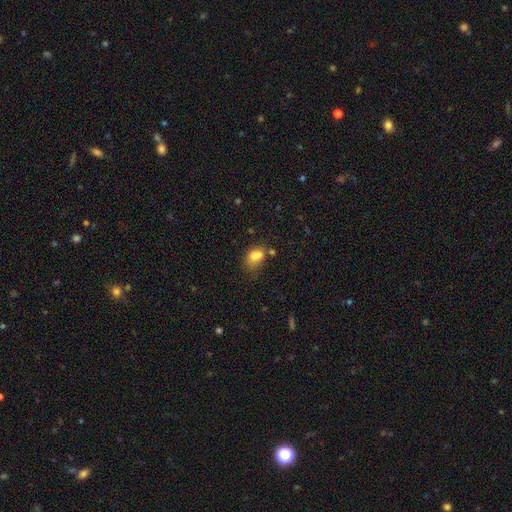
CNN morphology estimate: A smooth galaxy with no disk features (80%) that is in between round and cigar-shaped (81%). Merging: none (42%).